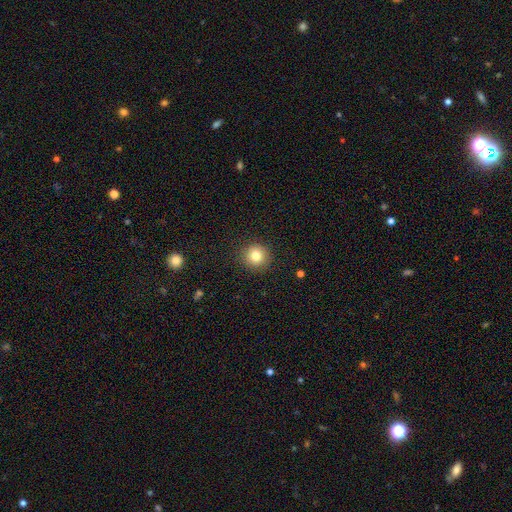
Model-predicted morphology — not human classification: smooth 81%, star or artifact 11%, featured or disk 8%. Down the decision tree: how rounded — round (94%); merging — none (91%).